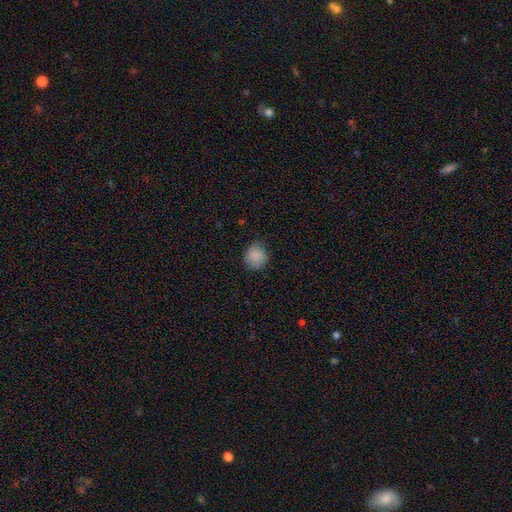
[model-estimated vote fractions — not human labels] A smooth galaxy with no disk features (86%) that is round (84%). Merging: none (75%).